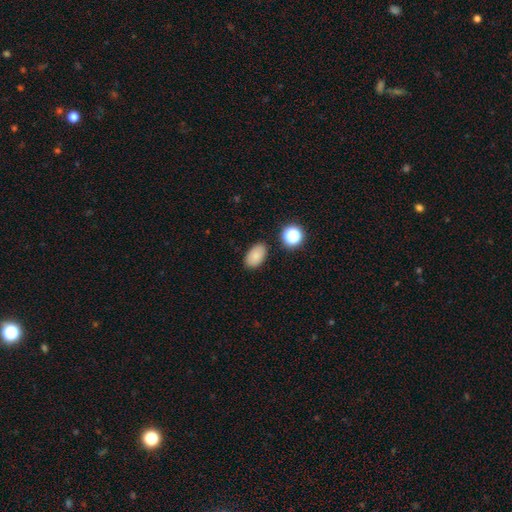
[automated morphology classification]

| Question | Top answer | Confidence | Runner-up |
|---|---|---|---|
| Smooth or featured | smooth | 84% | star or artifact (10%) |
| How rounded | in between | 90% | round (9%) |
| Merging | none | 86% | minor disturbance (9%) |